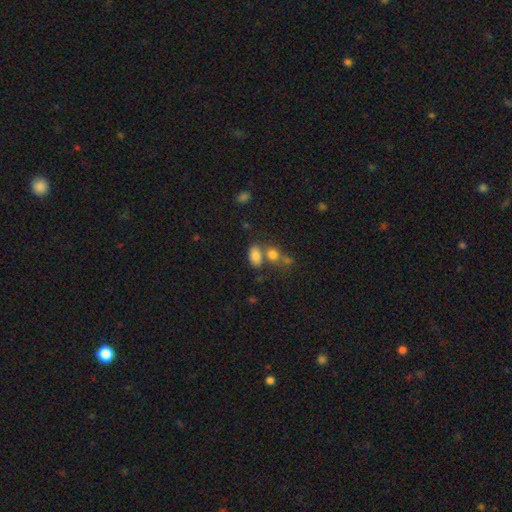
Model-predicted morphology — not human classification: smooth_or_featured: smooth (p=0.81) [alt: star or artifact p=0.11]
how_rounded: in between (p=0.89) [alt: round p=0.09]
merging: none (p=0.49) [alt: merger p=0.33]